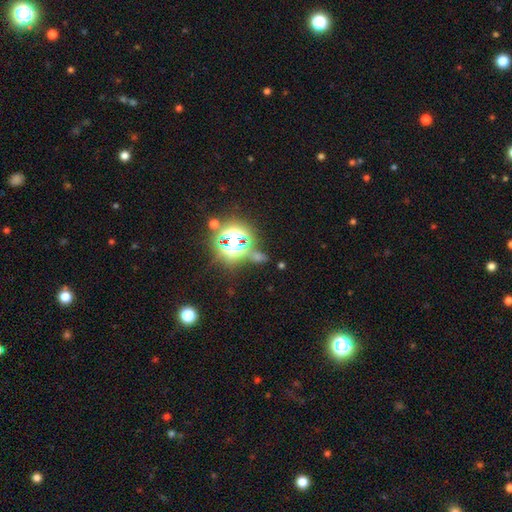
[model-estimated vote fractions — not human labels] smooth-or-featured: star or artifact: 70% | smooth: 20% | featured or disk: 10%